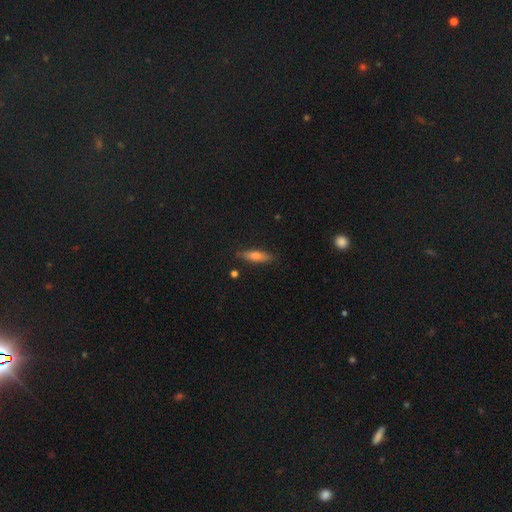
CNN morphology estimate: A smooth galaxy with no disk features (59%) that is cigar-shaped (61%). Merging: none (85%).